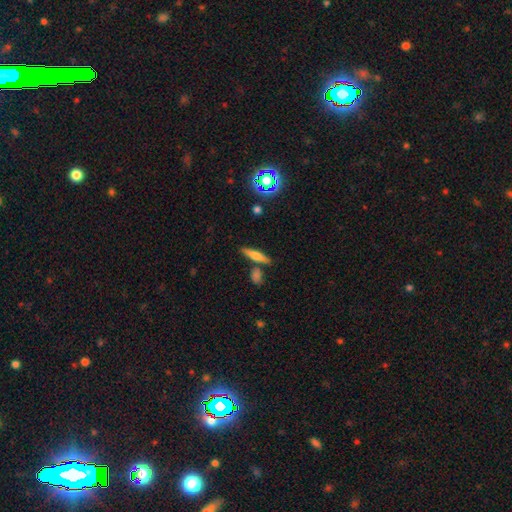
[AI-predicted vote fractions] The model was most divided on "smooth or featured": smooth: 51%, featured or disk: 39%, star or artifact: 9%. More confident: merging — none (78%); how rounded — cigar-shaped (77%).